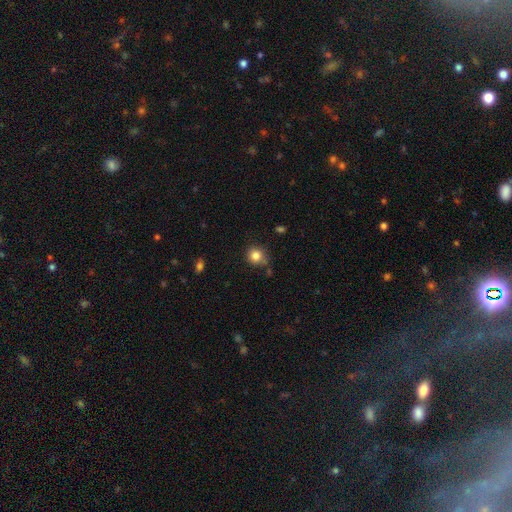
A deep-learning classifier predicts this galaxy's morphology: The model was most divided on "merging": none: 77%, minor disturbance: 15%, merger: 4%, major disturbance: 3%. More confident: how rounded — round (89%); smooth or featured — smooth (83%).